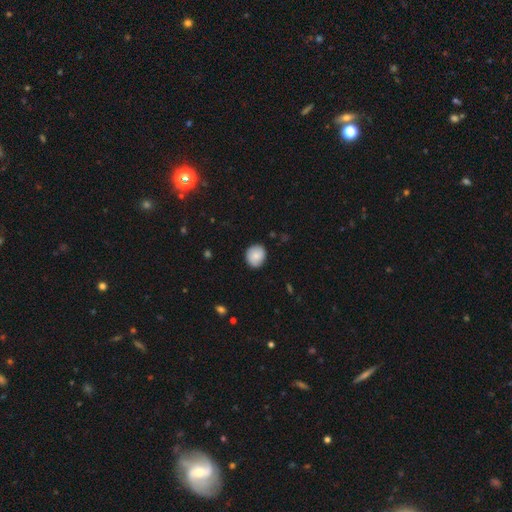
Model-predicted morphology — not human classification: smooth 83%, featured or disk 10%, star or artifact 7%. Down the decision tree: how rounded — round (75%); merging — none (84%).